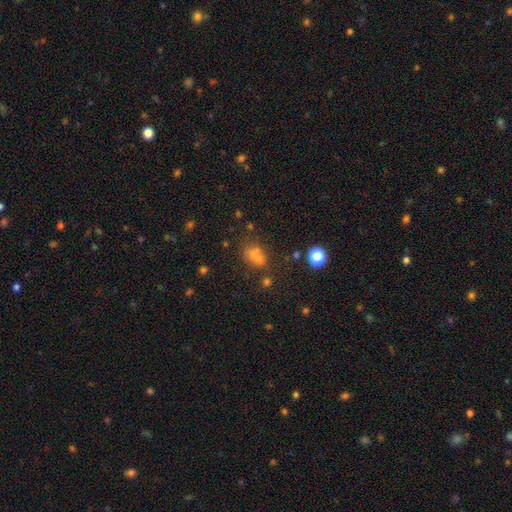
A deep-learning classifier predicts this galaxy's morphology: smooth-or-featured: smooth: 69% | star or artifact: 18% | featured or disk: 13%
  how-rounded: in between: 75% | round: 17% | cigar-shaped: 8%
  merging: none: 54% | minor disturbance: 21% | merger: 13% | major disturbance: 12%